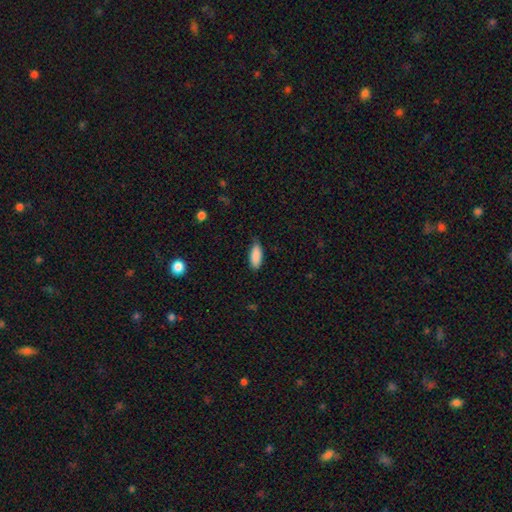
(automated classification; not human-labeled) Smooth or featured: smooth — 89% (star or artifact — 7%)
How rounded: in between — 79% (cigar-shaped — 20%)
Merging: none — 78% (minor disturbance — 18%)